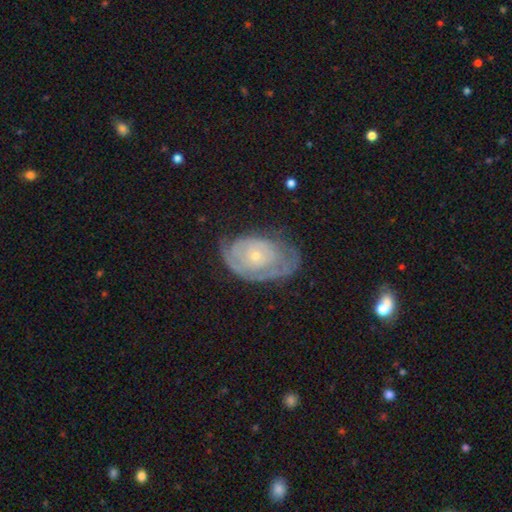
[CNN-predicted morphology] A featured or disk galaxy (72%) with no bar (84%), tight (71%) spiral arms (77%) and a small central bulge (73%). Merging: none (54%).